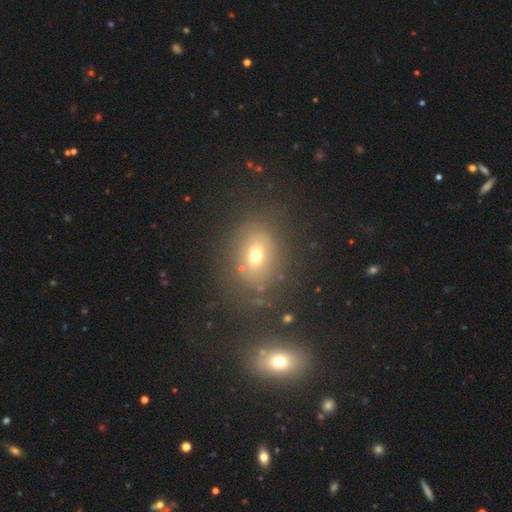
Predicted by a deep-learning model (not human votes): Overall: smooth (65%). How rounded: in between (55%; round 44%). Merging: none (75%).